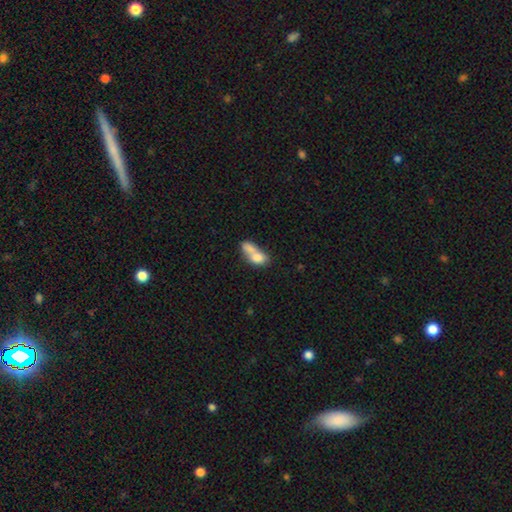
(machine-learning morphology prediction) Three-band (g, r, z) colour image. It shows a smooth galaxy with no disk features (72%) that is in between round and cigar-shaped (74%). Merging: merger (67%).